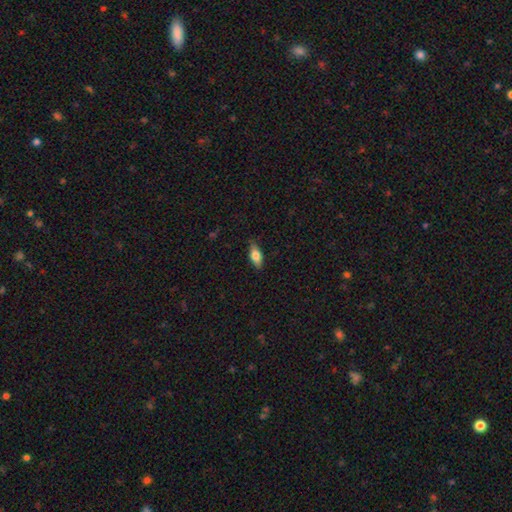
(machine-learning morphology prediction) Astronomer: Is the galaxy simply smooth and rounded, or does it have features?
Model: smooth — 72%.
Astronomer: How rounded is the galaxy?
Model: in between — 78%.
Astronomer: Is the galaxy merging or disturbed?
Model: none — 83%.